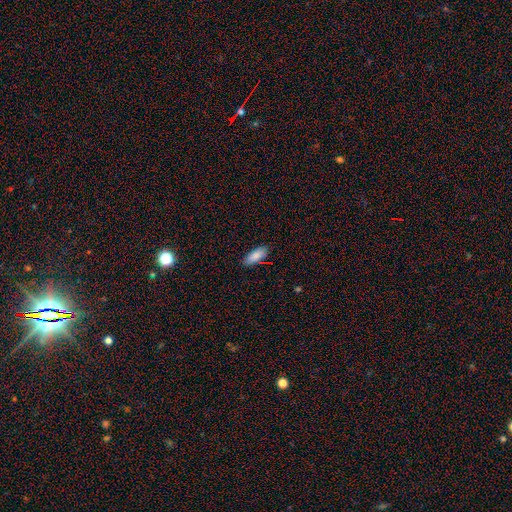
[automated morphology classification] type=smooth (87%); roundness=in between (76%); merging=none (86%).